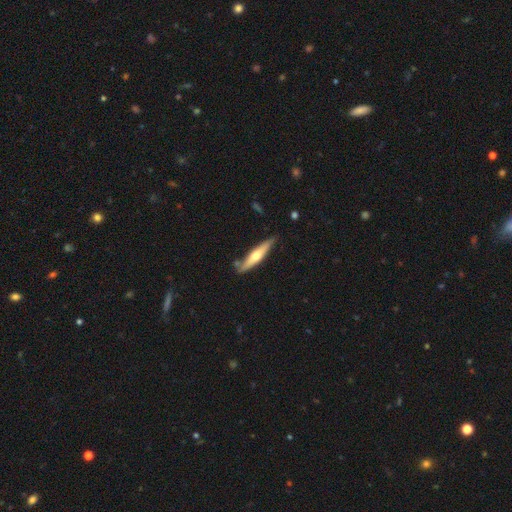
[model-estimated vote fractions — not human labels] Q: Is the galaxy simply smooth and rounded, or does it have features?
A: featured or disk — 50%.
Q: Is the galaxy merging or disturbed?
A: none — 77%.